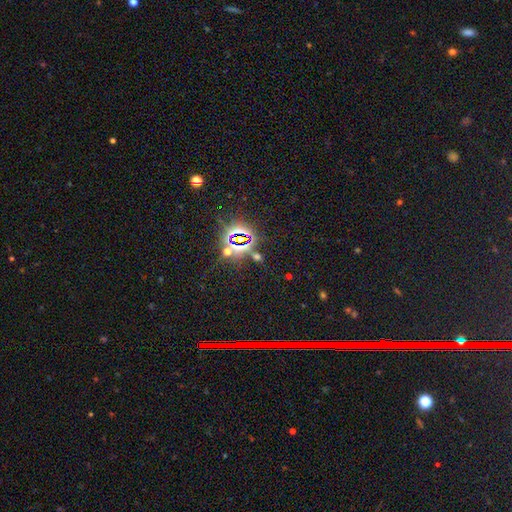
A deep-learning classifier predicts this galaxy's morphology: Smooth or featured?
  - star or artifact: 78% *
  - smooth: 14%
  - featured or disk: 8%